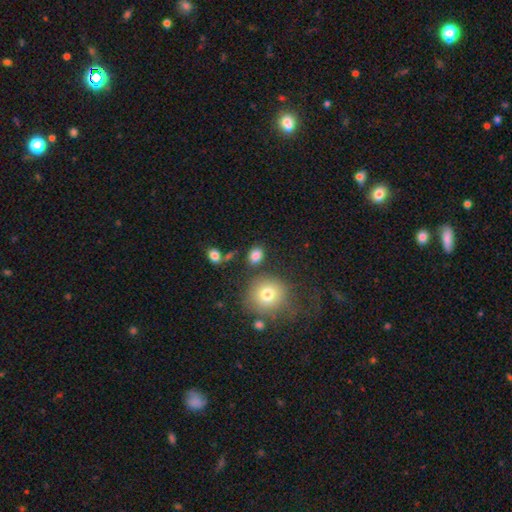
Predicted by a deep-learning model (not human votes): smooth 83%, star or artifact 11%, featured or disk 6%. Down the decision tree: how rounded — in between (56%); merging — none (77%).